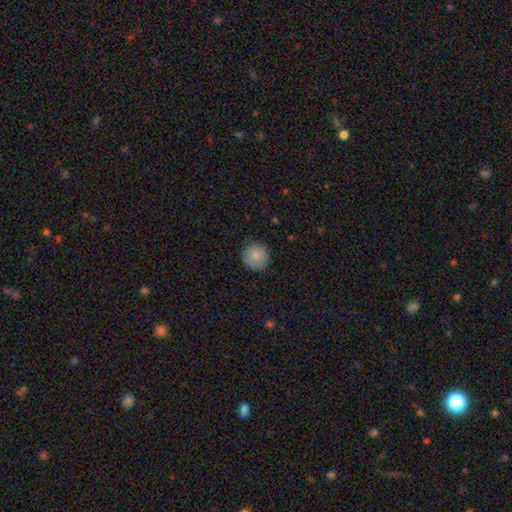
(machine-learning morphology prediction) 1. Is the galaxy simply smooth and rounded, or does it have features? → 84% smooth, 8% featured or disk, 8% star or artifact.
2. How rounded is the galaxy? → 94% round, 5% in between, 1% cigar-shaped.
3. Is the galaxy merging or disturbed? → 85% none, 11% minor disturbance, 2% major disturbance, 1% merger.